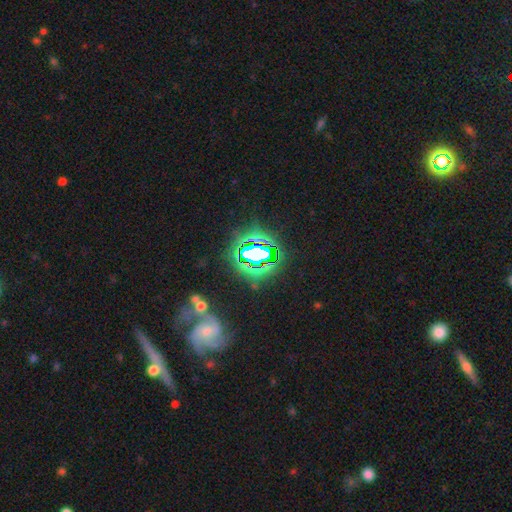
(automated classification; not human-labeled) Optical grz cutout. It shows a star or artifact, not a galaxy (68%).